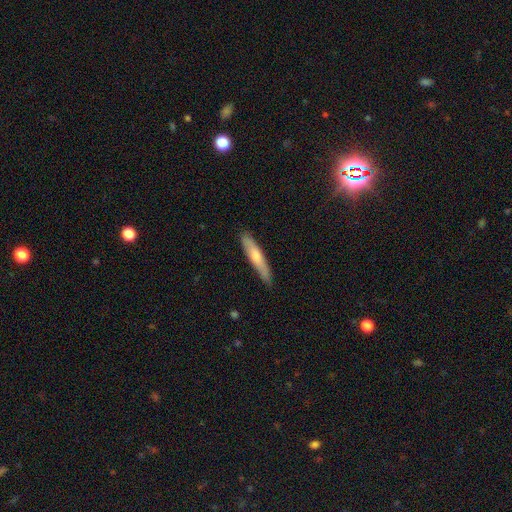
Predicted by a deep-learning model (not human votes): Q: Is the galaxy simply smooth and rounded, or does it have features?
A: featured or disk — 49%.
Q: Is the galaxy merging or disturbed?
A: none — 87%.